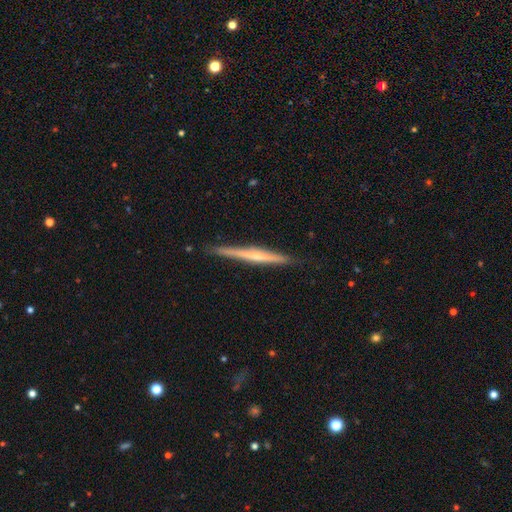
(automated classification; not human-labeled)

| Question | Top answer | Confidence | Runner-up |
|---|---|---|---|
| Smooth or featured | featured or disk | 68% | smooth (26%) |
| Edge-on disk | yes | 98% | no (2%) |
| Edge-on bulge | rounded | 54% | none (39%) |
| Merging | none | 88% | minor disturbance (9%) |